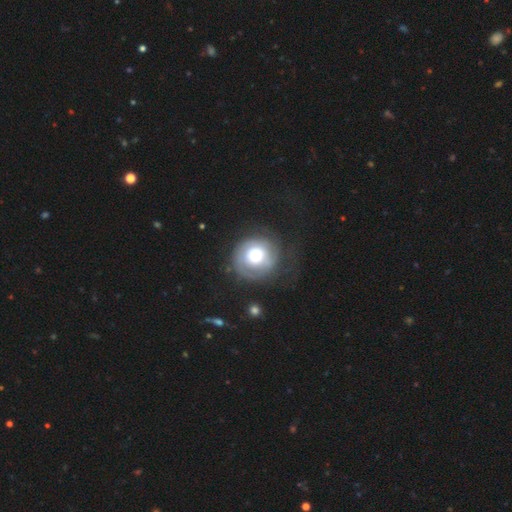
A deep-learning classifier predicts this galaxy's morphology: Smooth or featured?
  - featured or disk: 51% *
  - smooth: 42%
  - star or artifact: 8%
Edge-on disk?
  - no: 97% *
  - yes: 3%
Merging?
  - none: 60% *
  - major disturbance: 19%
  - minor disturbance: 19%
  - merger: 2%